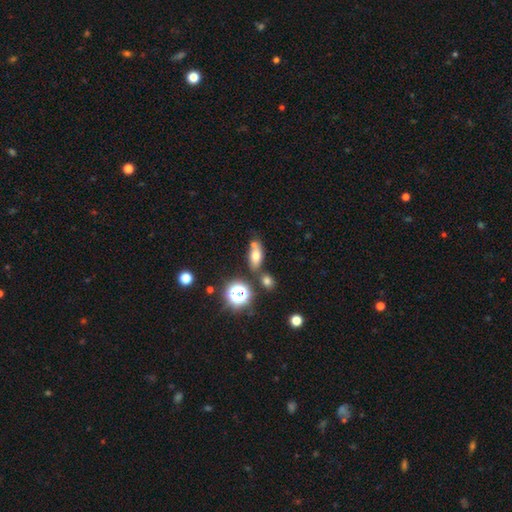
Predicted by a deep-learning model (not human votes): This appears to be a smooth galaxy with no disk features (67%) that is in between round and cigar-shaped (74%). Merging: none (62%).